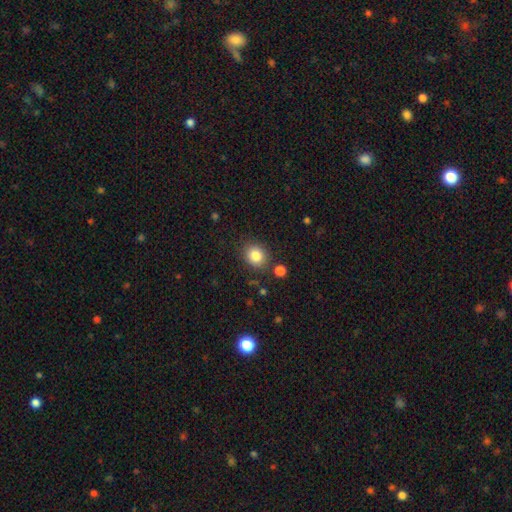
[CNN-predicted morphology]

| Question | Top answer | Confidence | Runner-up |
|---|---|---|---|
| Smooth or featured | smooth | 82% | star or artifact (10%) |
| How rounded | round | 72% | in between (27%) |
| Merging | none | 84% | minor disturbance (10%) |